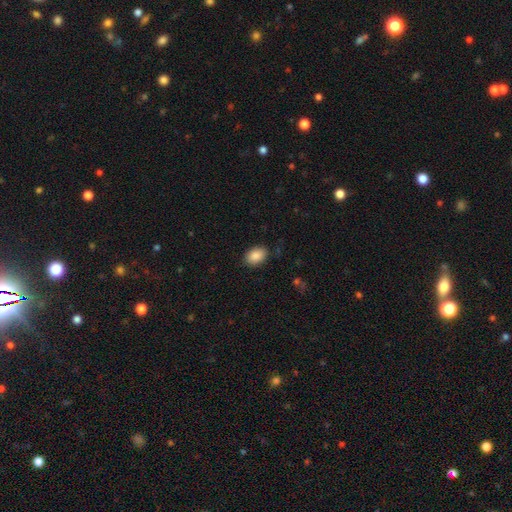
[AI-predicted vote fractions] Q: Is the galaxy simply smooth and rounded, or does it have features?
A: smooth — 88%.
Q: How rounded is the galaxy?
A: in between — 83%.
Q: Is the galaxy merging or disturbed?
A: none — 85%.